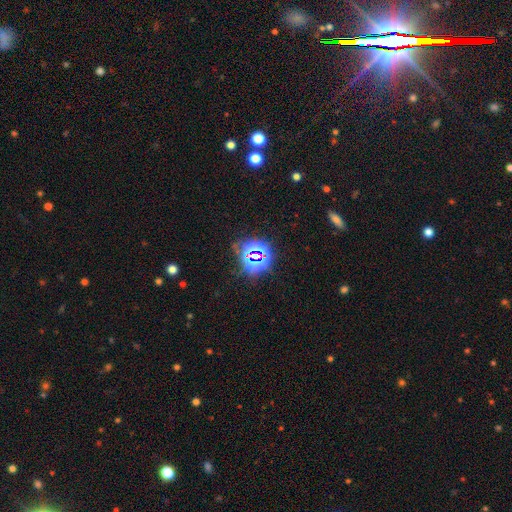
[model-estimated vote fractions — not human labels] This appears to be a star or artifact, not a galaxy (75%).